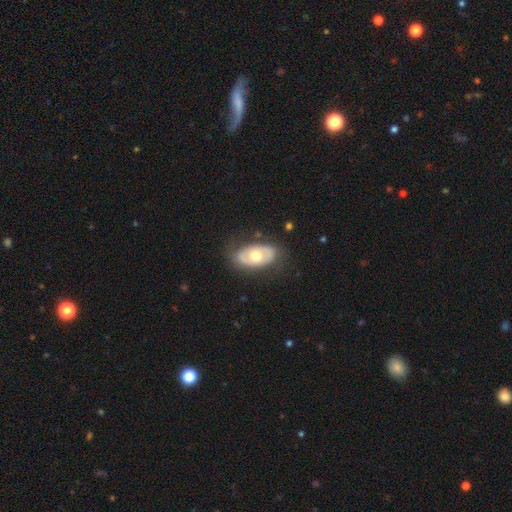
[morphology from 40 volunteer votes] Smooth or featured? smooth (55%)
How rounded? in between (82%)
Merging? none (75%)